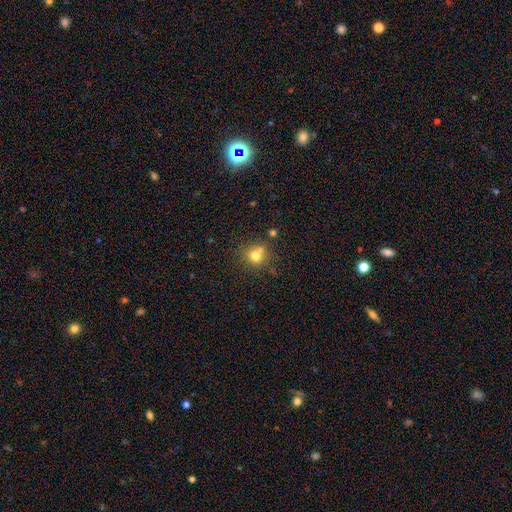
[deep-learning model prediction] This is likely a smooth galaxy (74%). How rounded: clearly round (84%). Merging: likely none (61%).